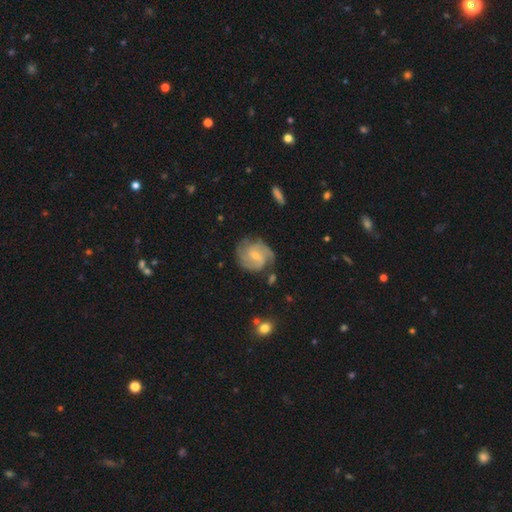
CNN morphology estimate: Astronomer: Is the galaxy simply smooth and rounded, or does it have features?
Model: featured or disk — 79%.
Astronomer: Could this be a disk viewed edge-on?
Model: no — 98%.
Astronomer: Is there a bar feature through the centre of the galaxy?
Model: weak — 51% (runner-up: no, 38%).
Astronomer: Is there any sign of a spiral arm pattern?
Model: yes — 94%.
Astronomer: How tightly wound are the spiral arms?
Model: medium — 47% (runner-up: tight, 38%).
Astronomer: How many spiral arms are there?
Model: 2 — 46% (runner-up: 3, 22%).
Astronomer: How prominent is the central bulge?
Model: small — 66%.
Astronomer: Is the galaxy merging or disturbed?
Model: none — 67%.